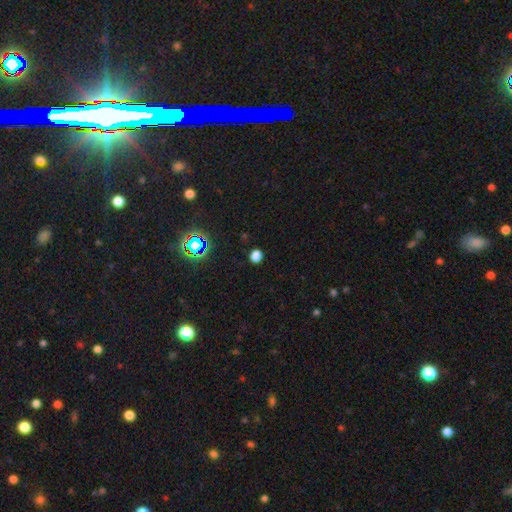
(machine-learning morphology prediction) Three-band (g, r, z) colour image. It shows a smooth galaxy with no disk features (72%) that is round (79%). Merging: none (89%).